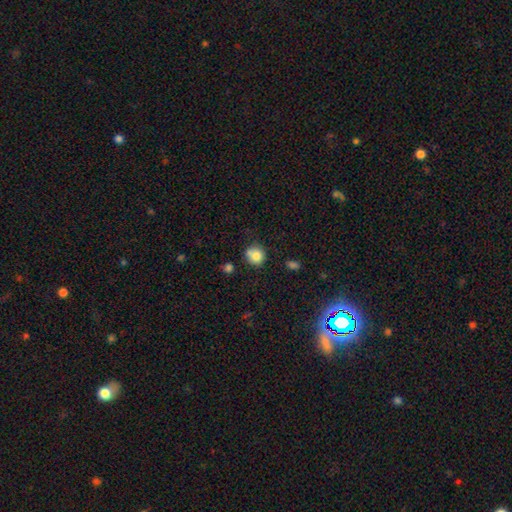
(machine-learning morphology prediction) smooth 81%, star or artifact 10%, featured or disk 9%. Down the decision tree: how rounded — round (83%); merging — none (60%).